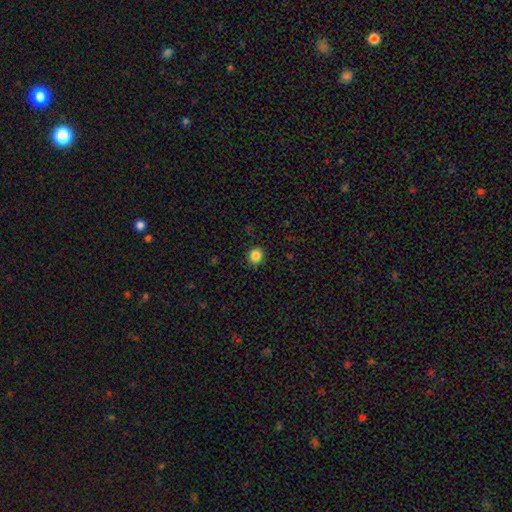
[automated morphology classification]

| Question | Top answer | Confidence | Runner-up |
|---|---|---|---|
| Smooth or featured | smooth | 85% | star or artifact (11%) |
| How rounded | round | 84% | in between (15%) |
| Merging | none | 90% | minor disturbance (7%) |